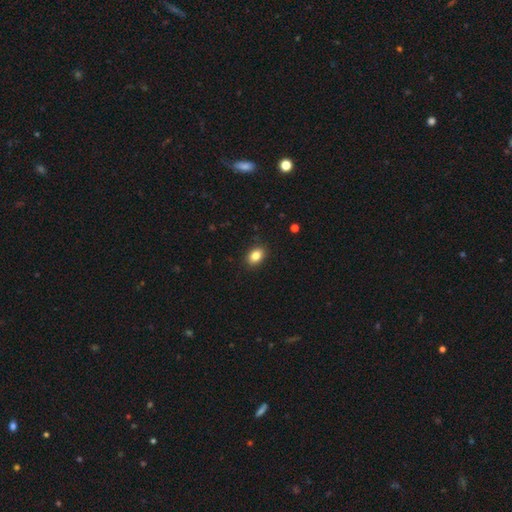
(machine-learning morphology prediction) This appears to be a smooth galaxy with no disk features (84%) that is in between round and cigar-shaped (79%). Merging: none (89%).